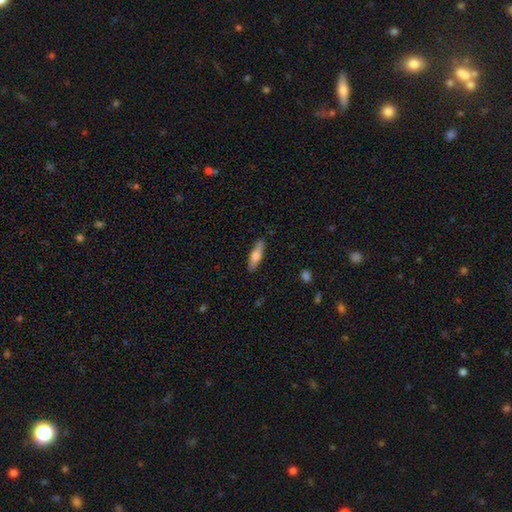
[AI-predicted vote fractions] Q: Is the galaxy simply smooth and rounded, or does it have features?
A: smooth — 67%.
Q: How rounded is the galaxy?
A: cigar-shaped — 65%.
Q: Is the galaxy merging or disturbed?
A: none — 86%.